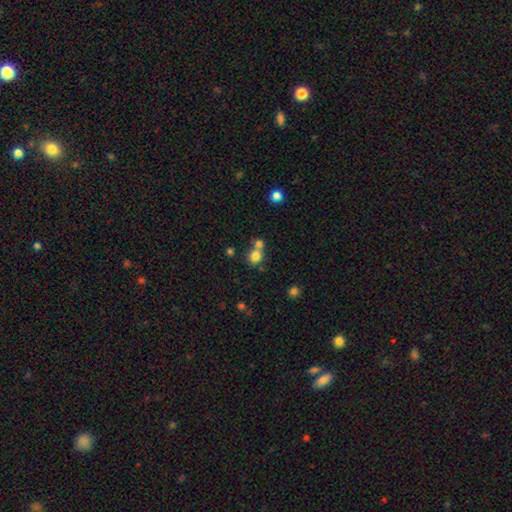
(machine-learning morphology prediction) smooth 79%, star or artifact 13%, featured or disk 9%. Down the decision tree: how rounded — round (83%); merging — none (50%).